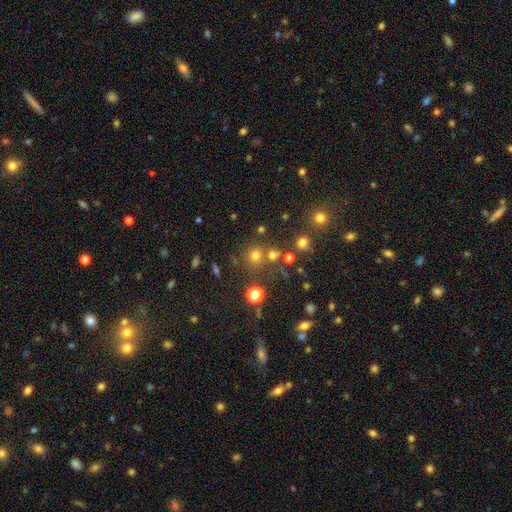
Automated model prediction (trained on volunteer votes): This is likely a smooth galaxy (65%). How rounded: clearly round (89%). Merging: likely none (72%).